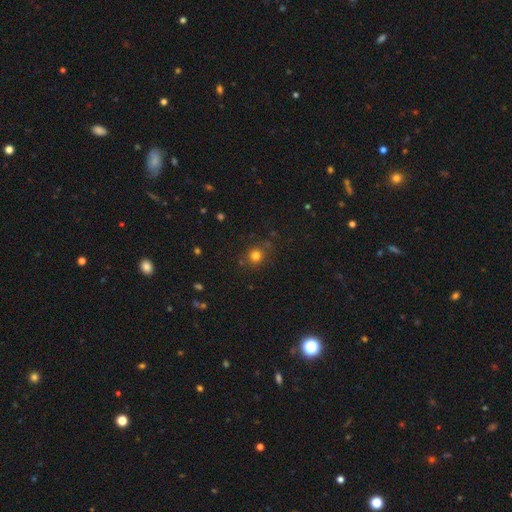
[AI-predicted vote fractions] This is likely a smooth galaxy (77%). How rounded: clearly round (87%). Merging: clearly none (82%).